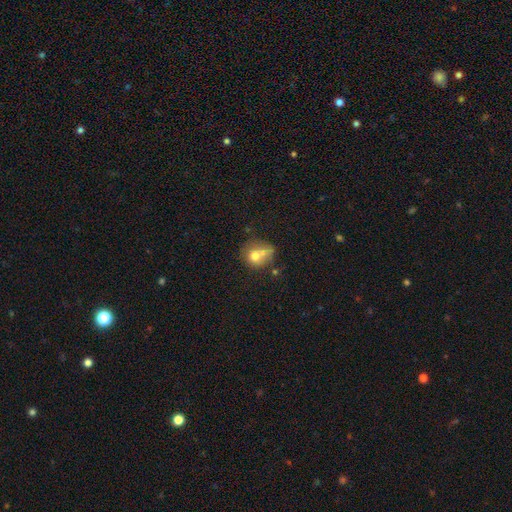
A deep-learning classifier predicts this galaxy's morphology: Q: Smooth or featured?
A: smooth (67%); runner-up: featured or disk (22%)
Q: How rounded?
A: round (72%); runner-up: in between (27%)
Q: Merging?
A: merger (46%); runner-up: none (31%)